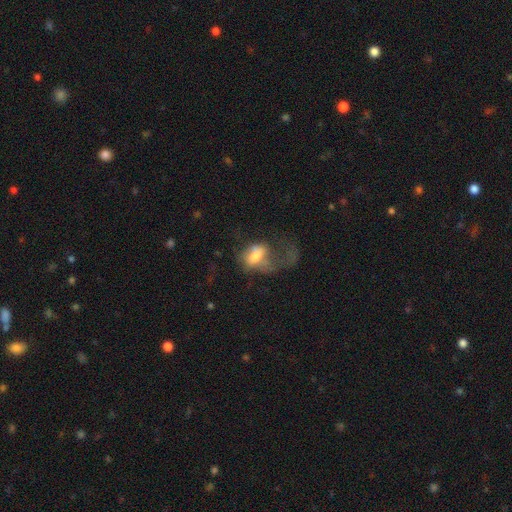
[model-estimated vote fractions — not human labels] Smooth or featured? smooth (52%)
How rounded? in between (77%)
Merging? major disturbance (65%)